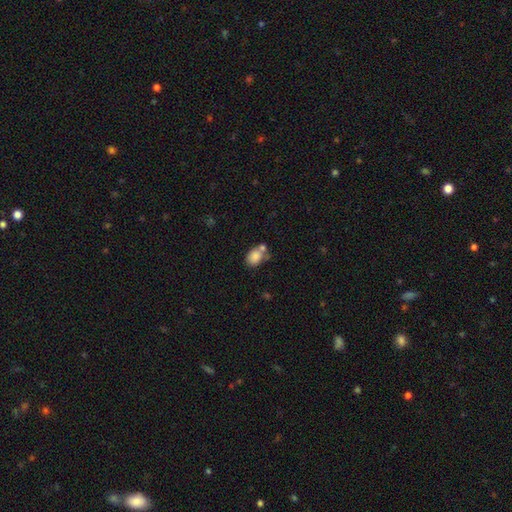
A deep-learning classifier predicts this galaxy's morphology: smooth 83%, star or artifact 9%, featured or disk 9%. Down the decision tree: how rounded — in between (72%); merging — none (45%).